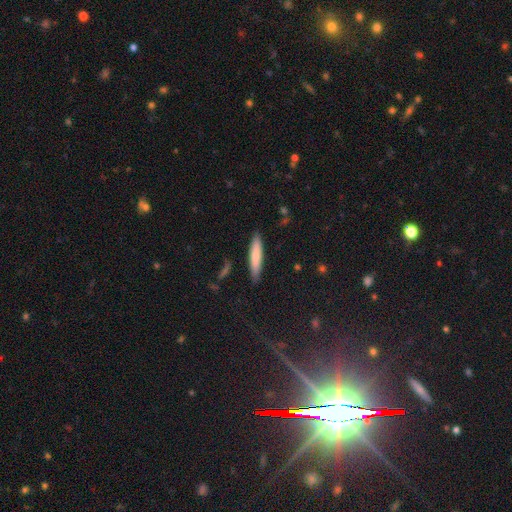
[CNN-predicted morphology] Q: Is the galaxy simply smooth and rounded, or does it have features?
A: smooth — 77%.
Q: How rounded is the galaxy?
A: cigar-shaped — 87%.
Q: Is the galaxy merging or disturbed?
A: none — 87%.